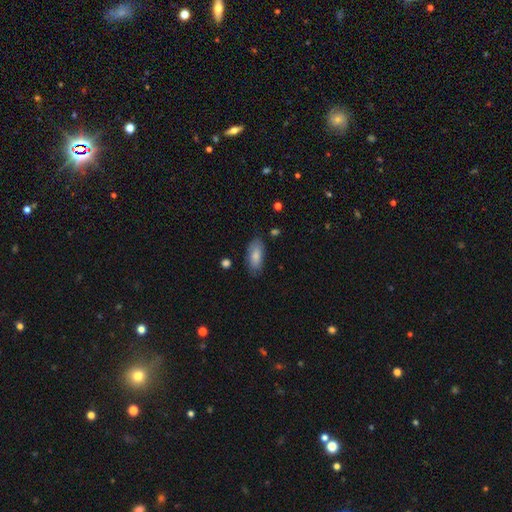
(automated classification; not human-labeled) Smooth or featured: smooth — 80% (featured or disk — 14%)
How rounded: in between — 89% (cigar-shaped — 9%)
Merging: none — 77% (minor disturbance — 17%)